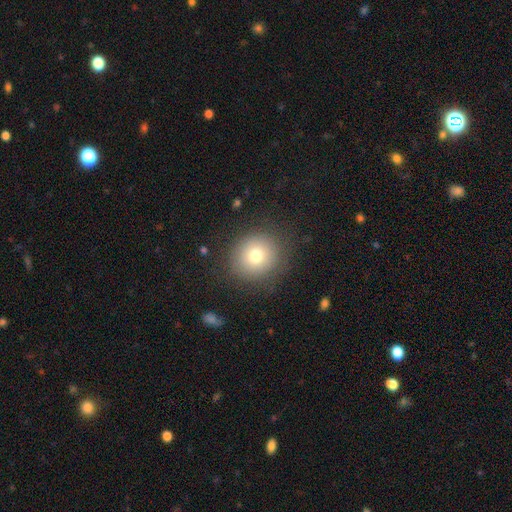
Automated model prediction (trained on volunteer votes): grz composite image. It shows a smooth galaxy with no disk features (75%) that is round (85%). Merging: none (84%).